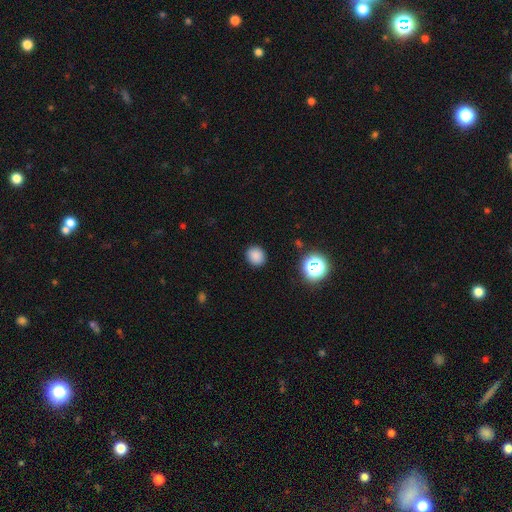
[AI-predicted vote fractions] smooth-or-featured: smooth: 82% | star or artifact: 14% | featured or disk: 4%
  how-rounded: round: 76% | in between: 23% | cigar-shaped: 1%
  merging: none: 89% | minor disturbance: 7% | major disturbance: 2% | merger: 1%